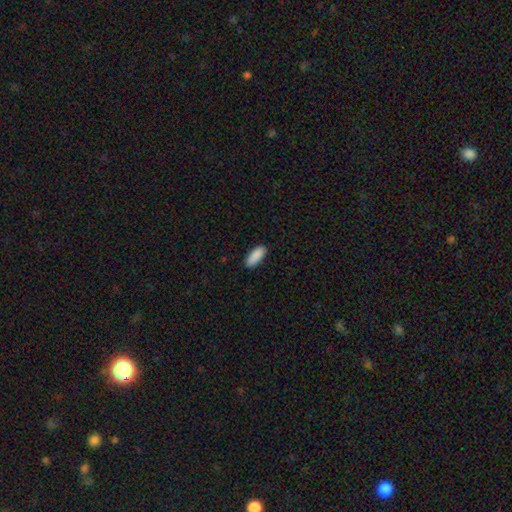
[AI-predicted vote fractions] The model was most divided on "how rounded": in between: 76%, cigar-shaped: 23%, round: 2%. More confident: smooth or featured — smooth (91%); merging — none (89%).